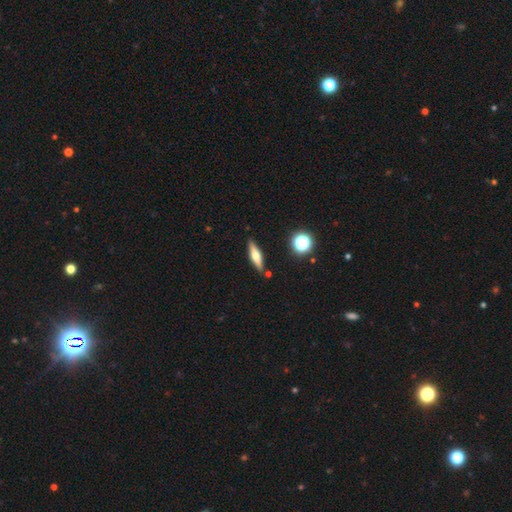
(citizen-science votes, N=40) smooth-or-featured: featured or disk: 52% | smooth: 35% | star or artifact: 12%
  disk-edge-on: yes: 100% | no: 0%
    edge-on-bulge: rounded: 86% | boxy: 10% | none: 5%
  merging: none: 80% | minor disturbance: 14% | major disturbance: 3% | merger: 3%